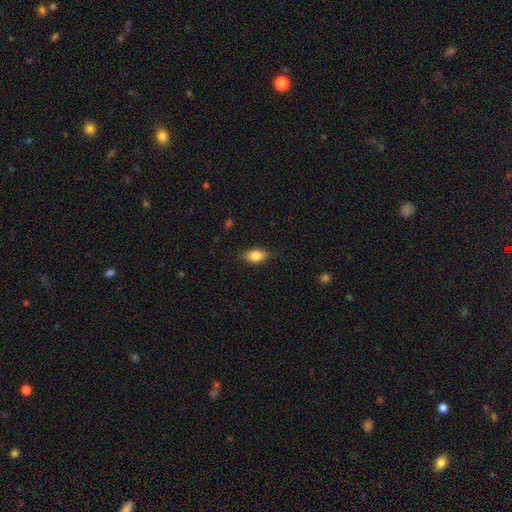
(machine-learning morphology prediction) Q: Smooth or featured?
A: smooth (83%); runner-up: featured or disk (10%)
Q: How rounded?
A: in between (86%); runner-up: round (10%)
Q: Merging?
A: none (82%); runner-up: minor disturbance (14%)